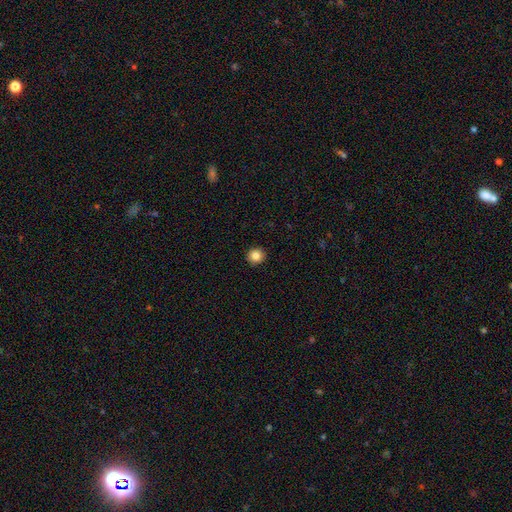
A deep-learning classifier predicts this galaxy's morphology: This is clearly a smooth galaxy (84%). How rounded: clearly round (92%). Merging: clearly none (93%).